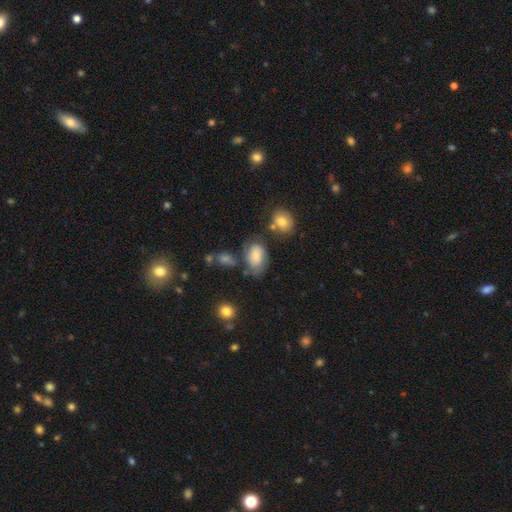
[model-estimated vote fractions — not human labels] This appears to be a smooth galaxy with no disk features (60%) that is in between round and cigar-shaped (83%). Merging: none (51%).